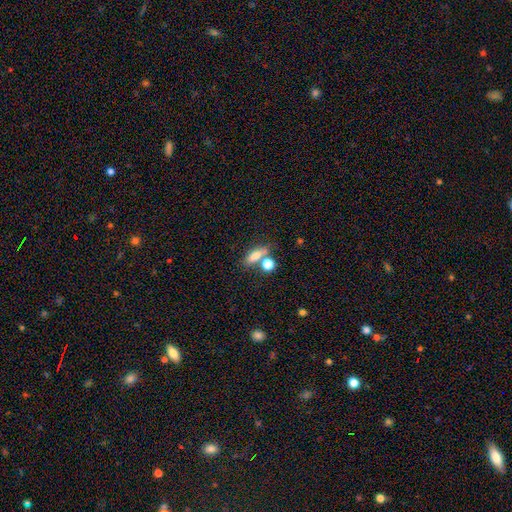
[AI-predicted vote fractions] This appears to be a smooth galaxy with no disk features (75%) that is in between round and cigar-shaped (61%). Merging: none (52%).